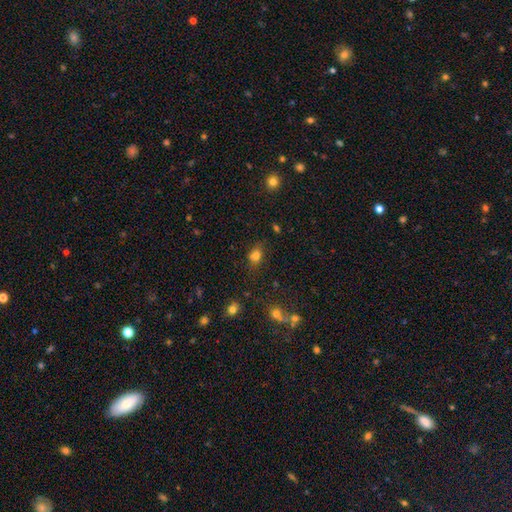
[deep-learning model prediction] Morphology: type=smooth (77%); roundness=in between (58%); merging=none (64%).